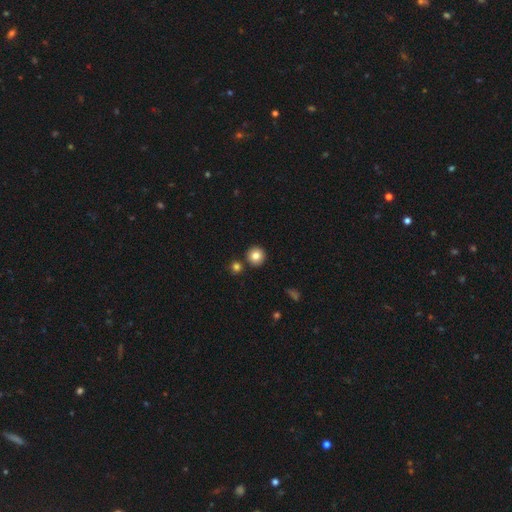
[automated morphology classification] A smooth galaxy with no disk features (84%) that is round (93%). Merging: none (86%).